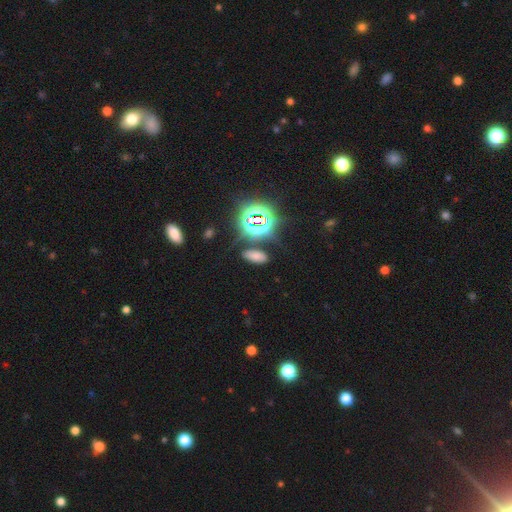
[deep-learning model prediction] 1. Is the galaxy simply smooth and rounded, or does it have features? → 56% smooth, 35% star or artifact, 9% featured or disk.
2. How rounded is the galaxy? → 83% in between, 9% cigar-shaped, 7% round.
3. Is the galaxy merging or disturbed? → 80% none, 11% minor disturbance, 5% merger, 4% major disturbance.